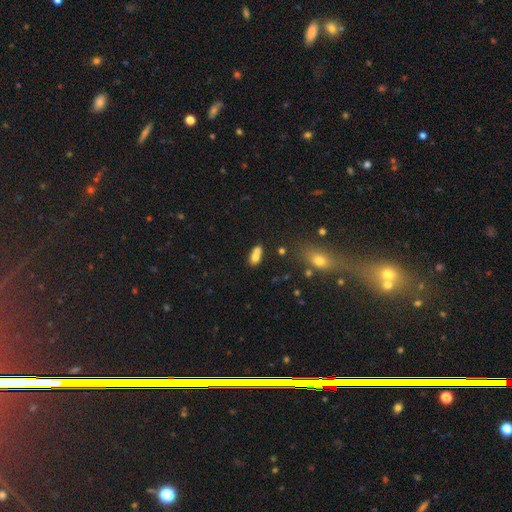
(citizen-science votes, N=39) smooth-or-featured: smooth: 79% | featured or disk: 18% | star or artifact: 3%
  how-rounded: in between: 68% | round: 23% | cigar-shaped: 10%
  merging: merger: 50% | none: 39% | minor disturbance: 8% | major disturbance: 3%